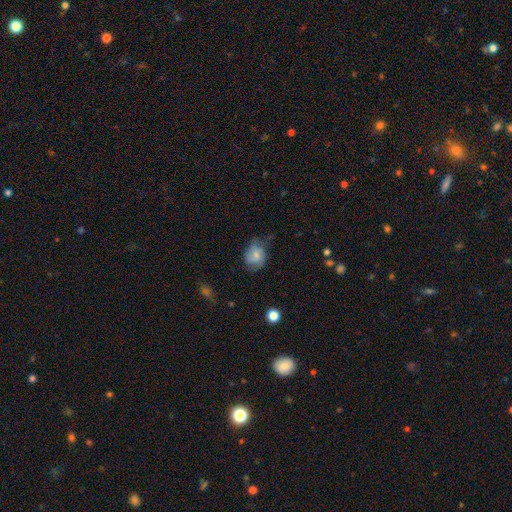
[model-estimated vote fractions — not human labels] Morphology: type=smooth (73%); roundness=in between (50%); merging=none (54%).